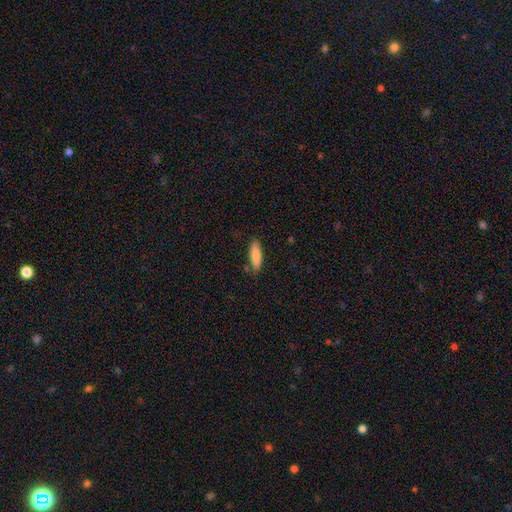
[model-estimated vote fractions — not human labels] smooth-or-featured: smooth: 83% | featured or disk: 11% | star or artifact: 6%
  how-rounded: cigar-shaped: 62% | in between: 36% | round: 2%
  merging: none: 81% | minor disturbance: 14% | merger: 3% | major disturbance: 3%